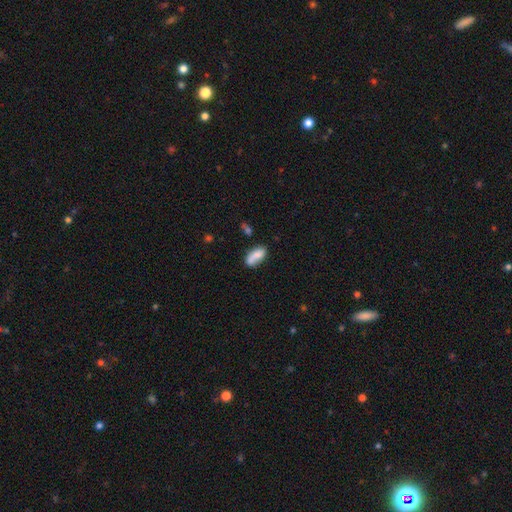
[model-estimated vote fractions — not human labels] Morphology: type=smooth (73%); roundness=in between (86%); merging=none (47%).